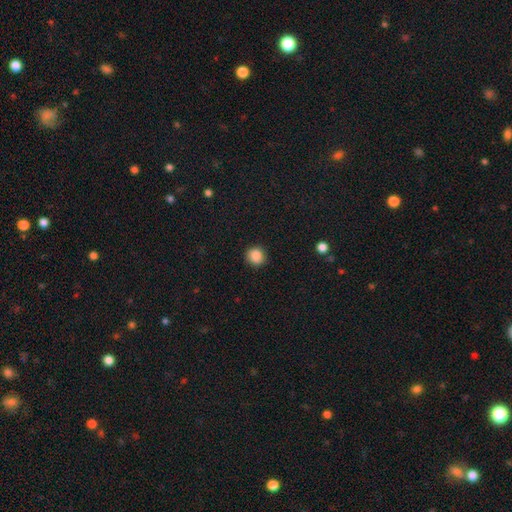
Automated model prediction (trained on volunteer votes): Overall: smooth (88%). How rounded: round (90%). Merging: none (89%).